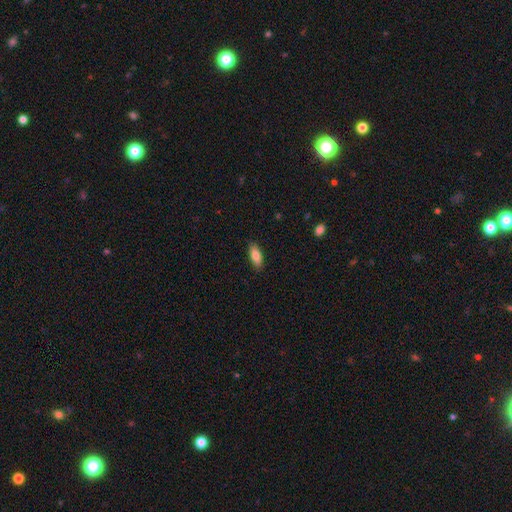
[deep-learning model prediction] Q: Smooth or featured?
A: smooth (83%); runner-up: featured or disk (11%)
Q: How rounded?
A: in between (79%); runner-up: cigar-shaped (19%)
Q: Merging?
A: none (88%); runner-up: minor disturbance (9%)